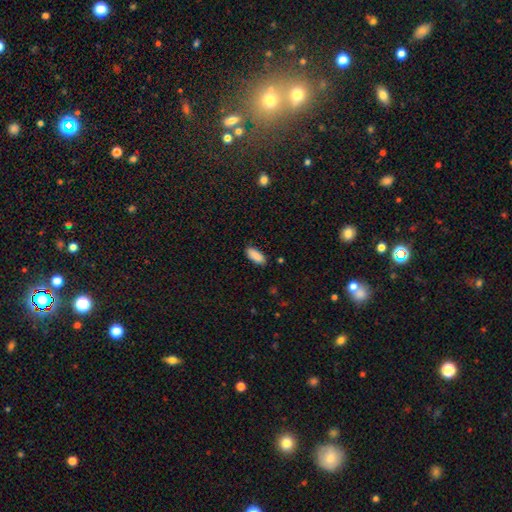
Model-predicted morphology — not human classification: type=smooth (90%); roundness=in between (82%); merging=none (86%).